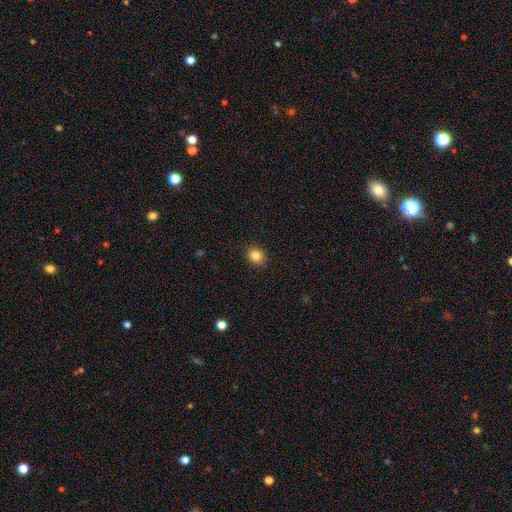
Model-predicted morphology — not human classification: Smooth or featured: smooth — 84% (star or artifact — 11%)
How rounded: round — 63% (in between — 36%)
Merging: none — 90% (minor disturbance — 7%)